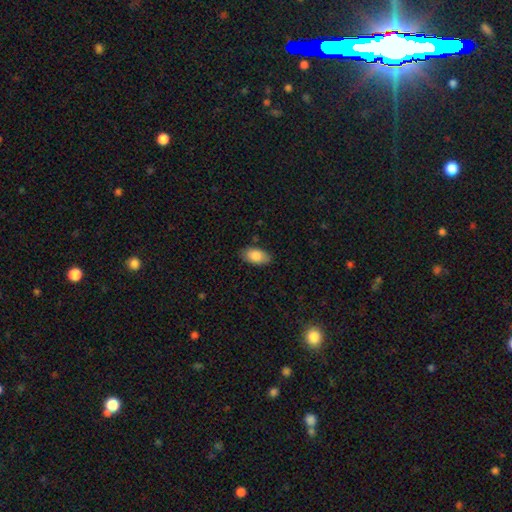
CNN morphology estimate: Smooth or featured?
  - smooth: 86% *
  - featured or disk: 8%
  - star or artifact: 6%
How rounded?
  - in between: 94% *
  - round: 4%
  - cigar-shaped: 2%
Merging?
  - none: 84% *
  - minor disturbance: 12%
  - major disturbance: 2%
  - merger: 1%